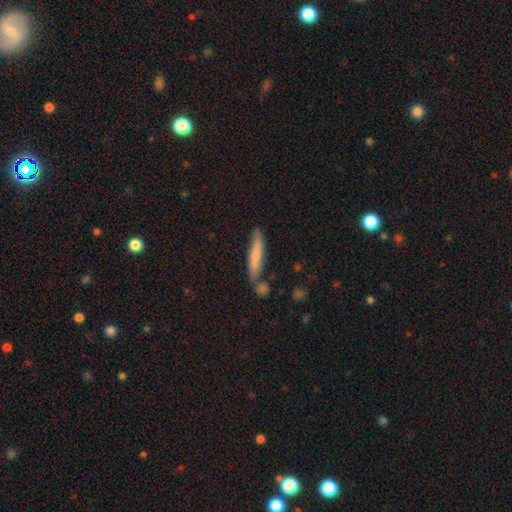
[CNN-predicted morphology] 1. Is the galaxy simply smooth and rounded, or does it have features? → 67% smooth, 27% featured or disk, 6% star or artifact.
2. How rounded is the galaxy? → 91% cigar-shaped, 8% in between, 1% round.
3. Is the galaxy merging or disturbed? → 75% none, 13% minor disturbance, 10% merger, 3% major disturbance.